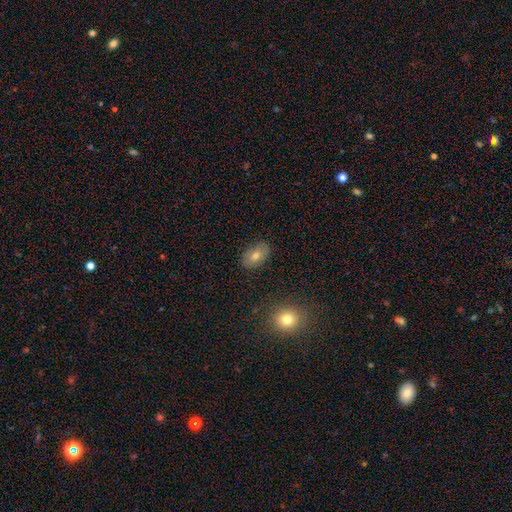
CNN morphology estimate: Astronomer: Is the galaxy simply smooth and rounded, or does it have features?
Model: smooth — 72%.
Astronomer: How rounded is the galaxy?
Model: in between — 90%.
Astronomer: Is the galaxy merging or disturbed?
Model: none — 84%.